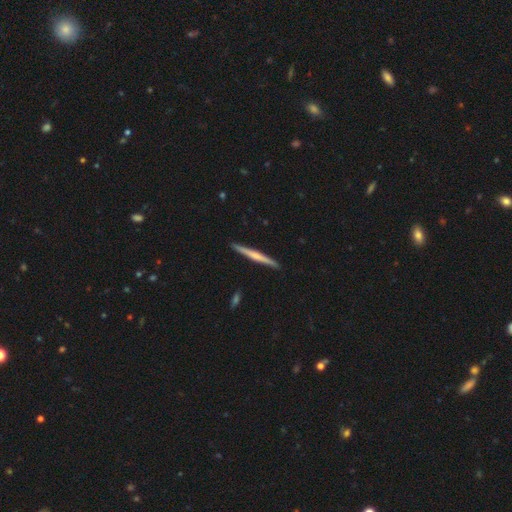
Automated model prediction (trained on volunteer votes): Smooth or featured? featured or disk (52%)
Edge-on disk? yes (98%)
Edge-on bulge? none (54%)
Merging? none (92%)